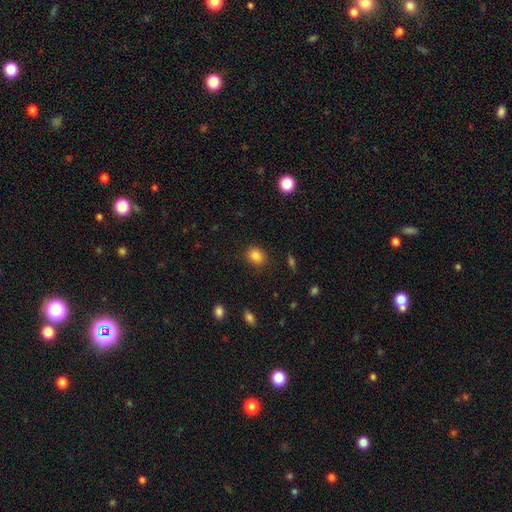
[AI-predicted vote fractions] smooth_or_featured: smooth (p=0.84) [alt: star or artifact p=0.10]
how_rounded: round (p=0.61) [alt: in between p=0.38]
merging: none (p=0.87) [alt: minor disturbance p=0.09]